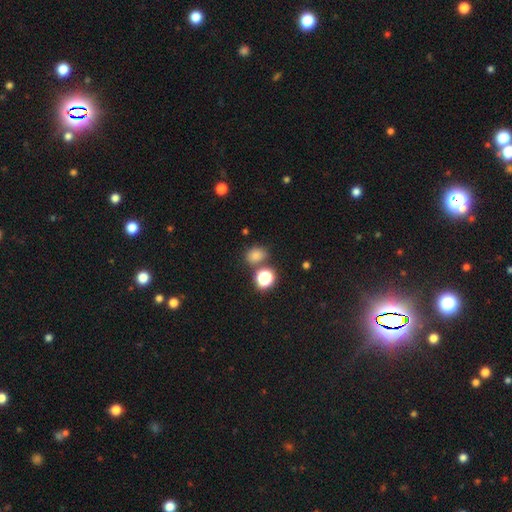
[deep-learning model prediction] Overall: smooth (76%). How rounded: round (55%; in between 44%). Merging: none (71%).